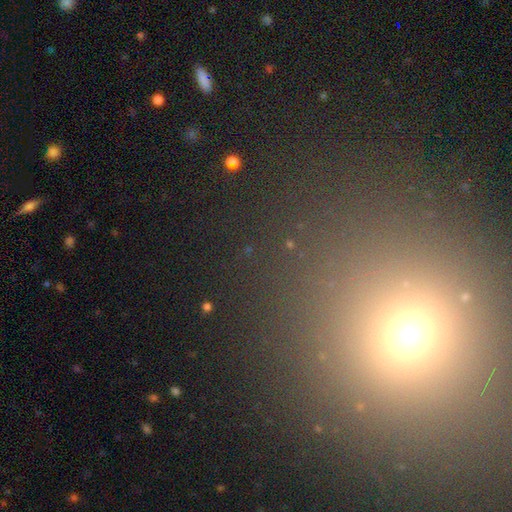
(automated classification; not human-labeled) Smooth or featured? Predicted: smooth (p=0.53). How rounded? Predicted: round (p=0.87). Merging? Predicted: none (p=0.86).